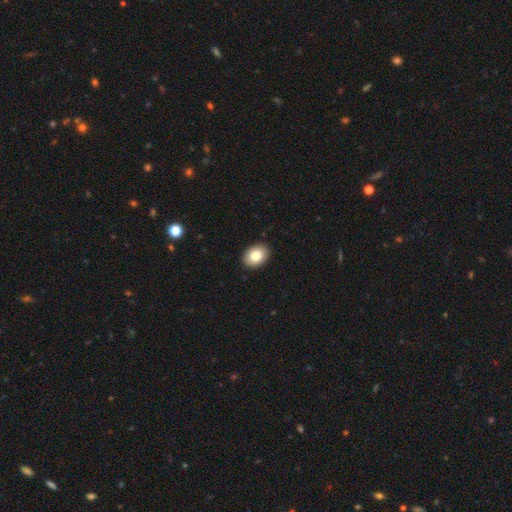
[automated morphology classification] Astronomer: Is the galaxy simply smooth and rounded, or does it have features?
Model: smooth — 84%.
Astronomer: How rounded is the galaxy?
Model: in between — 74%.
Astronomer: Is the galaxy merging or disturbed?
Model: none — 91%.